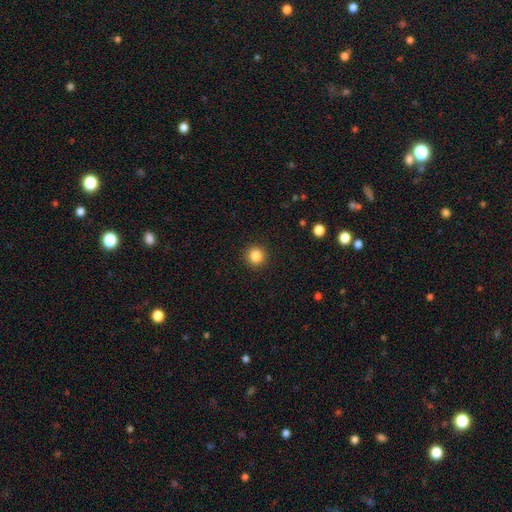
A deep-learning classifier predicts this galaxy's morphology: A smooth galaxy with no disk features (85%) that is round (93%).

Vote fractions:
- Smooth or featured? smooth: 85% / star or artifact: 11% / featured or disk: 4%
- How rounded? round: 93% / in between: 6% / cigar-shaped: 1%
- Merging? none: 92% / minor disturbance: 5% / major disturbance: 2% / merger: 1%